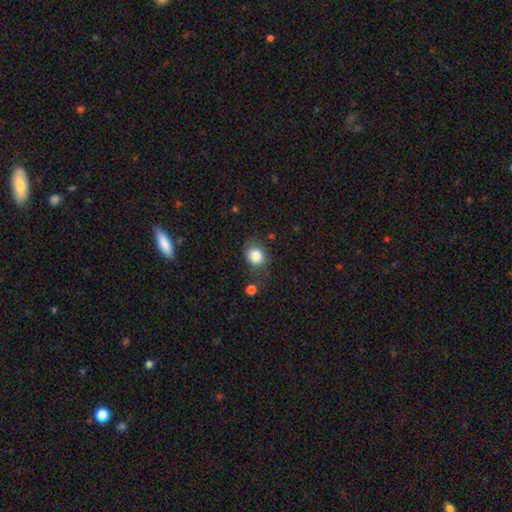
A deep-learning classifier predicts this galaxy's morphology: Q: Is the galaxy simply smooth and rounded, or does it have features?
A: smooth — 85%.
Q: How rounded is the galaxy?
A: round — 55%.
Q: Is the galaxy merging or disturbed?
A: none — 65%.